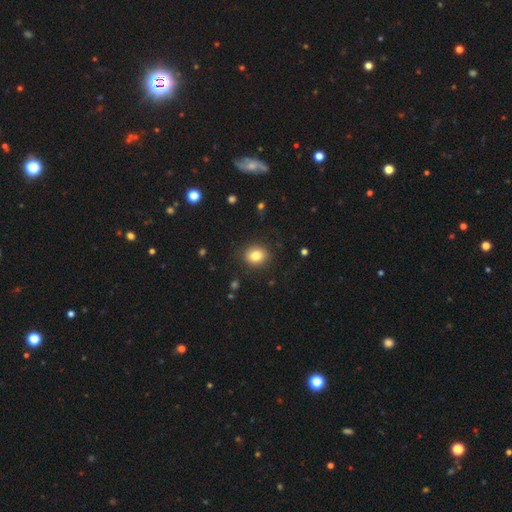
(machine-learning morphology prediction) Q: Smooth or featured?
A: smooth (83%); runner-up: star or artifact (10%)
Q: How rounded?
A: round (68%); runner-up: in between (31%)
Q: Merging?
A: none (89%); runner-up: minor disturbance (8%)